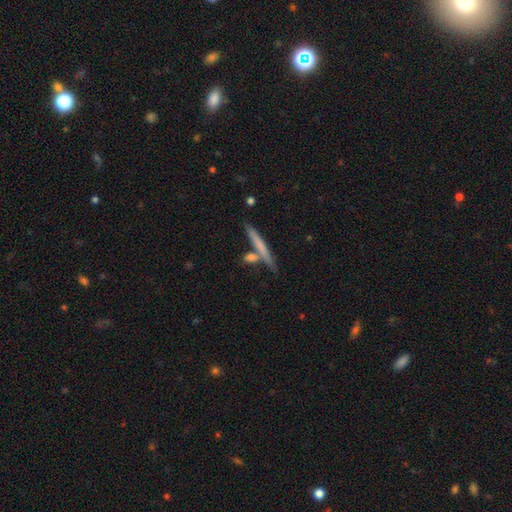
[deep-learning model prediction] Smooth or featured?
  - smooth: 59% *
  - featured or disk: 35%
  - star or artifact: 6%
How rounded?
  - cigar-shaped: 90% *
  - in between: 6%
  - round: 4%
Merging?
  - none: 71% *
  - merger: 16%
  - minor disturbance: 10%
  - major disturbance: 3%